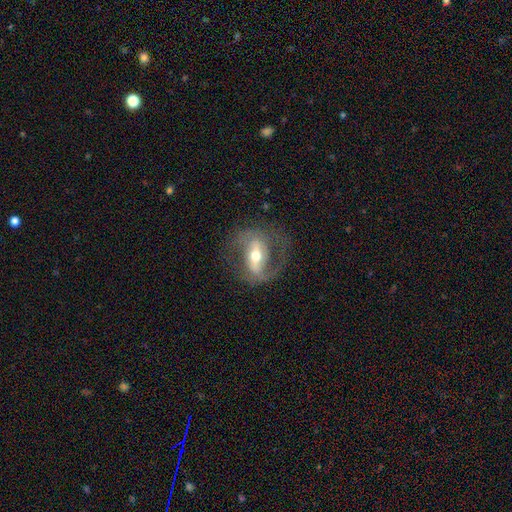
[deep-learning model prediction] Smooth or featured? Predicted: featured or disk (p=0.81). Edge-on disk? Predicted: no (p=0.90). Bar? Predicted: strong (p=0.59). Spiral arms? Predicted: yes (p=0.80). Spiral winding? Predicted: medium (p=0.48). Spiral arm count? Predicted: 2 (p=0.80). Bulge size? Predicted: moderate (p=0.69). Merging? Predicted: none (p=0.69).